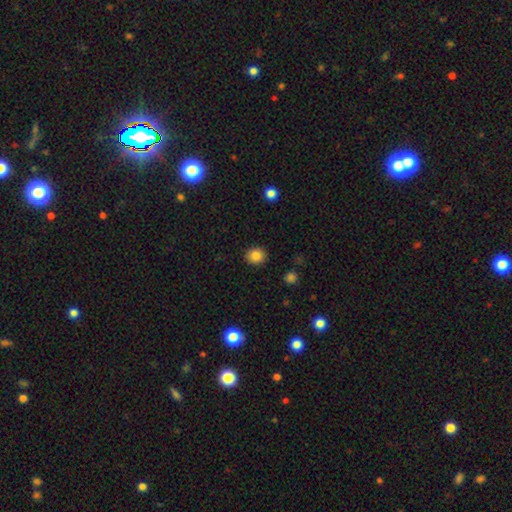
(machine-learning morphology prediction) This is clearly a smooth galaxy (84%). How rounded: likely round (78%). Merging: clearly none (91%).